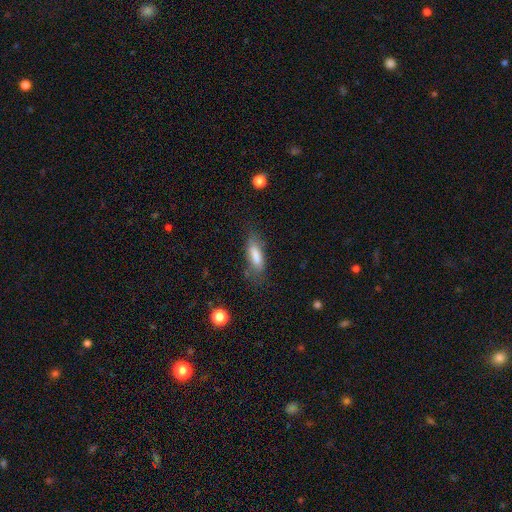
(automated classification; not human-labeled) This appears to be a smooth galaxy with no disk features (78%) that is in between round and cigar-shaped (56%). Merging: none (61%).